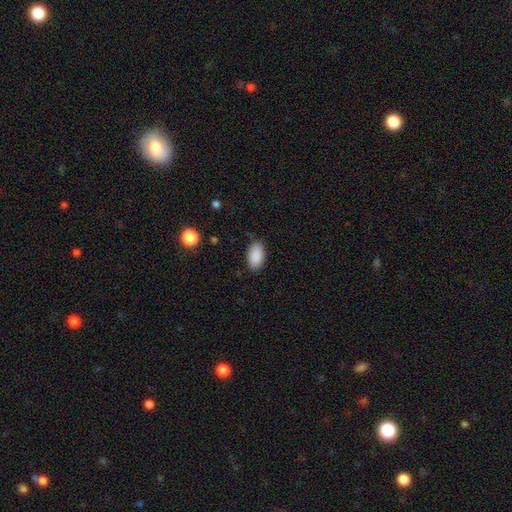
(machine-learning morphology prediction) This appears to be a smooth galaxy with no disk features (90%) that is in between round and cigar-shaped (94%). Merging: none (84%).